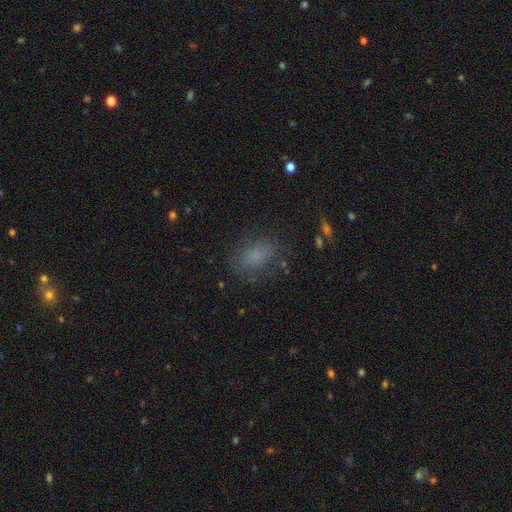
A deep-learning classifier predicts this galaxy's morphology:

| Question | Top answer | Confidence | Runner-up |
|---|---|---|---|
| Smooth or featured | smooth | 76% | star or artifact (14%) |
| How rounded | in between | 83% | round (12%) |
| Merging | none | 75% | minor disturbance (15%) |